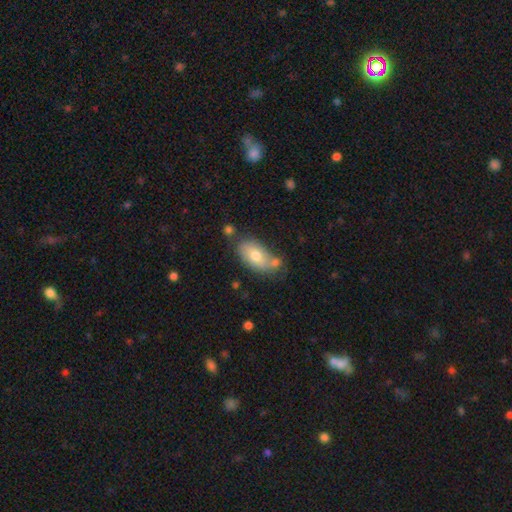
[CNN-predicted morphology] The model was most divided on "merging": none: 56%, merger: 20%, minor disturbance: 19%, major disturbance: 5%. More confident: how rounded — in between (91%); smooth or featured — smooth (71%).